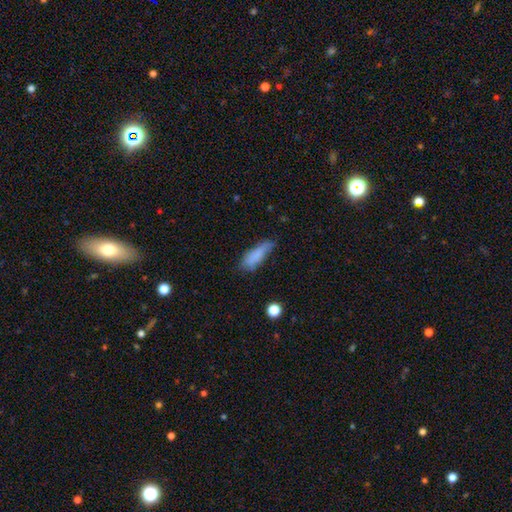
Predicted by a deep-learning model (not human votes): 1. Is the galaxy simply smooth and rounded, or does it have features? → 81% smooth, 11% featured or disk, 8% star or artifact.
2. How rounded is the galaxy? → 53% in between, 45% cigar-shaped, 2% round.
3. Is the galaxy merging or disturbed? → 52% none, 34% minor disturbance, 11% major disturbance, 3% merger.